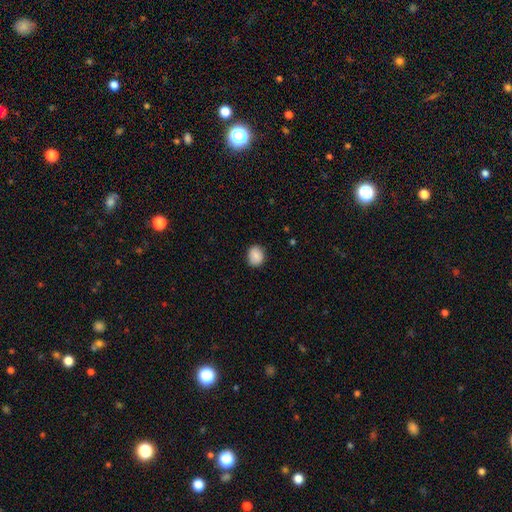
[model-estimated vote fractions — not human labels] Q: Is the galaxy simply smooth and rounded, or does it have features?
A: smooth — 88%.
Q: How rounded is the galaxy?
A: round — 58%.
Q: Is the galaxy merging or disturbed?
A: none — 87%.